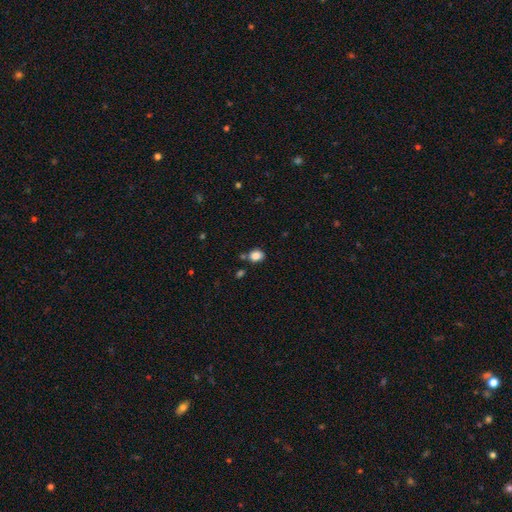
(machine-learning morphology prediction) This appears to be a smooth galaxy with no disk features (85%) that is round (53%). Merging: none (70%).